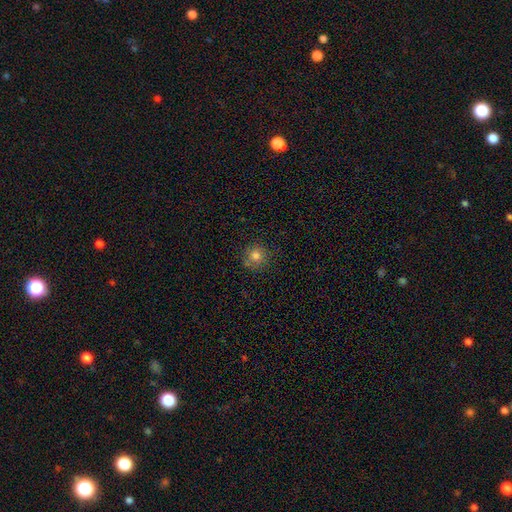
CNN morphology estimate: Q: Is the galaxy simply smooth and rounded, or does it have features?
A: smooth — 79%.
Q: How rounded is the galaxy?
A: round — 91%.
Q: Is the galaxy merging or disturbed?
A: none — 79%.